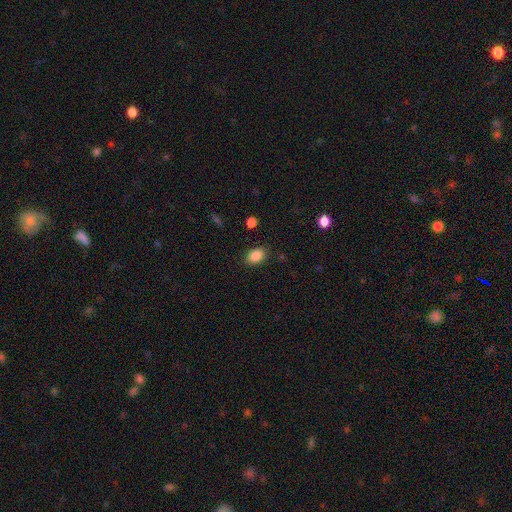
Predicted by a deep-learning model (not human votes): This appears to be a smooth galaxy with no disk features (86%) that is in between round and cigar-shaped (83%). Merging: none (86%).